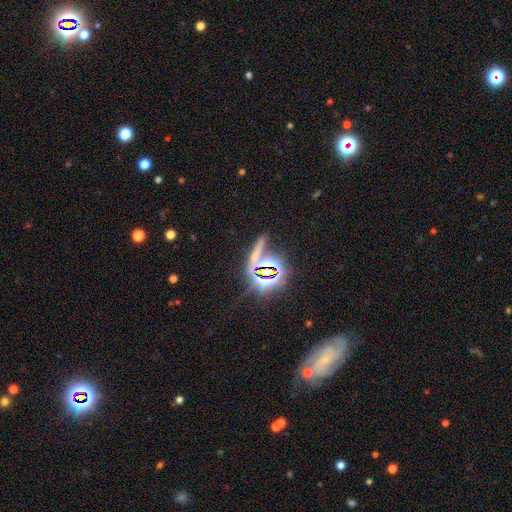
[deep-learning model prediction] Smooth or featured? Predicted: star or artifact (p=0.55).